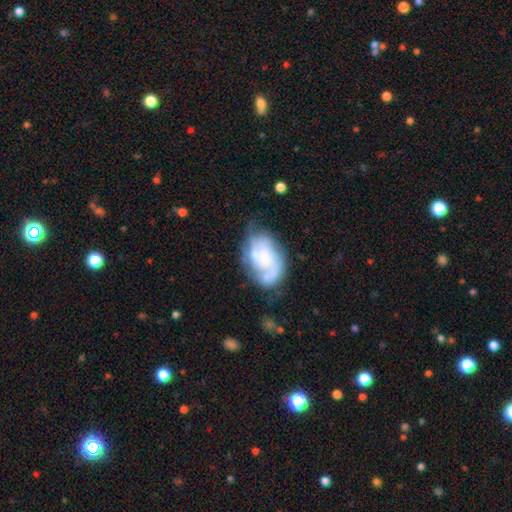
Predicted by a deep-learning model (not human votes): Smooth or featured: featured or disk — 67% (smooth — 26%)
Edge-on disk: no — 97% (yes — 3%)
Bar: no — 67% (weak — 27%)
Spiral arms: yes — 72% (no — 28%)
Bulge size: small — 50% (moderate — 26%)
Merging: none — 43% (minor disturbance — 26%)